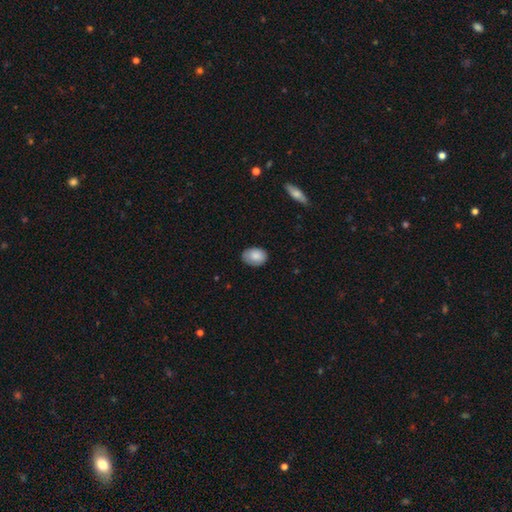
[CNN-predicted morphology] smooth 85%, featured or disk 8%, star or artifact 7%. Down the decision tree: how rounded — in between (74%); merging — none (77%).